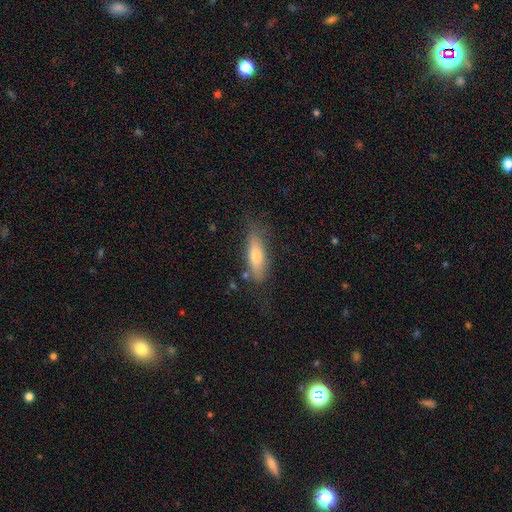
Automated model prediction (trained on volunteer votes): smooth 66%, featured or disk 28%, star or artifact 7%. Down the decision tree: how rounded — cigar-shaped (52%); merging — none (71%).